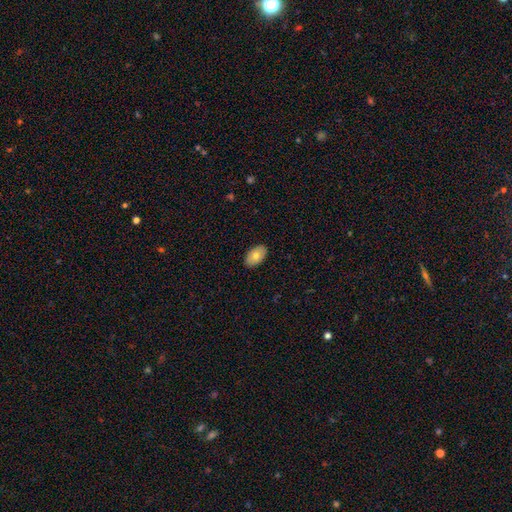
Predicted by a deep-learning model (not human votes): Smooth or featured?
  - smooth: 73% *
  - featured or disk: 21%
  - star or artifact: 6%
How rounded?
  - in between: 94% *
  - round: 5%
  - cigar-shaped: 1%
Merging?
  - none: 89% *
  - minor disturbance: 9%
  - major disturbance: 2%
  - merger: 1%